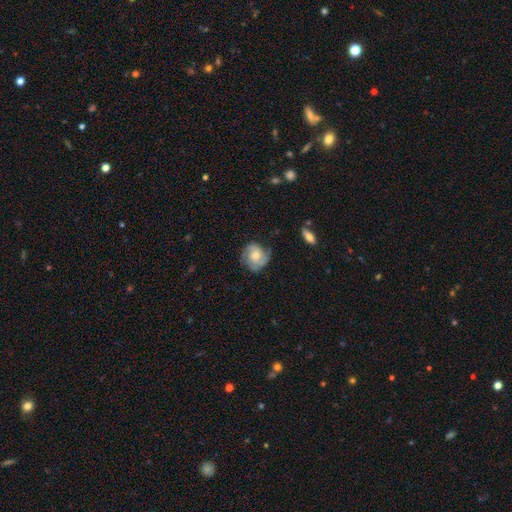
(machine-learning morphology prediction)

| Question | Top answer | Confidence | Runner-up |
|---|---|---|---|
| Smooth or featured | featured or disk | 61% | smooth (32%) |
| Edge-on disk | no | 97% | yes (3%) |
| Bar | no | 74% | weak (22%) |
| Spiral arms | yes | 90% | no (10%) |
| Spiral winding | tight | 47% | medium (39%) |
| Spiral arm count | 2 | 39% | 3 (28%) |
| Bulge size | moderate | 54% | small (32%) |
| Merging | none | 68% | minor disturbance (22%) |